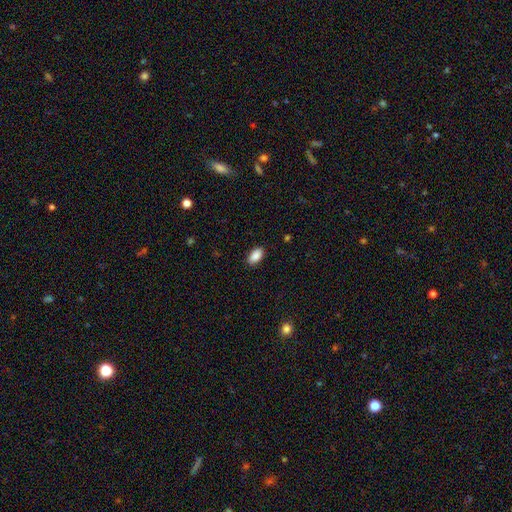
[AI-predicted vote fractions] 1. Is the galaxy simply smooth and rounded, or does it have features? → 89% smooth, 7% star or artifact, 4% featured or disk.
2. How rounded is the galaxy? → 93% in between, 4% round, 3% cigar-shaped.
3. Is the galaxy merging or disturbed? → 88% none, 9% minor disturbance, 2% major disturbance, 1% merger.